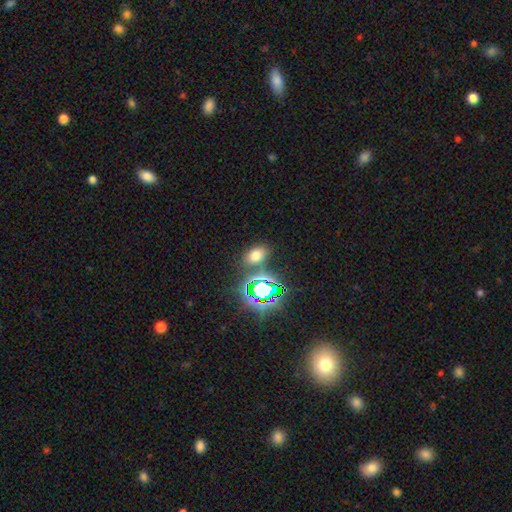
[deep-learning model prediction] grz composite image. It shows a smooth galaxy with no disk features (61%) that is in between round and cigar-shaped (82%). Merging: none (79%).